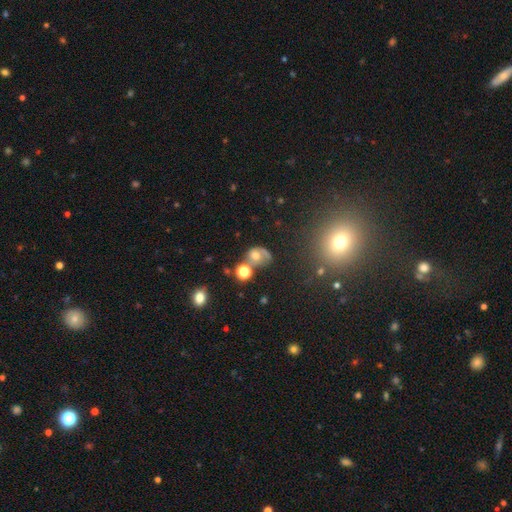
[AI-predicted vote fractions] smooth-or-featured: smooth: 50% | featured or disk: 34% | star or artifact: 16%
  merging: none: 34% | merger: 26% | major disturbance: 21% | minor disturbance: 19%